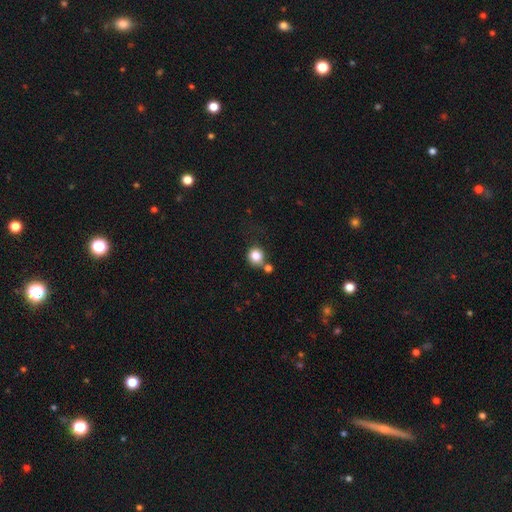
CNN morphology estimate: A smooth galaxy with no disk features (83%) that is round (85%).

Vote fractions:
- Smooth or featured? smooth: 83% / star or artifact: 11% / featured or disk: 6%
- How rounded? round: 85% / in between: 14% / cigar-shaped: 1%
- Merging? none: 61% / merger: 18% / minor disturbance: 15% / major disturbance: 6%